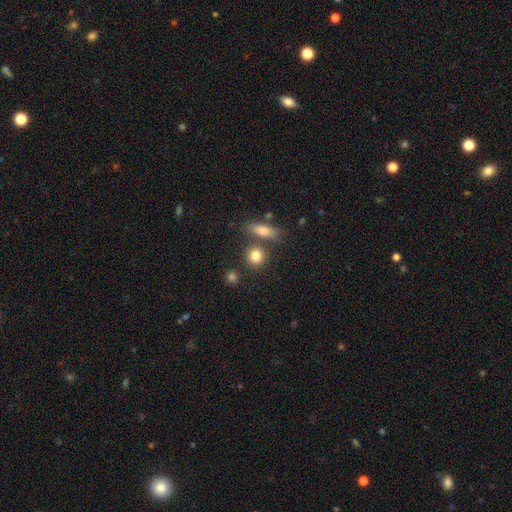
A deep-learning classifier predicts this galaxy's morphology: Q: Smooth or featured?
A: smooth (82%); runner-up: star or artifact (10%)
Q: How rounded?
A: round (76%); runner-up: in between (21%)
Q: Merging?
A: none (73%); runner-up: merger (14%)